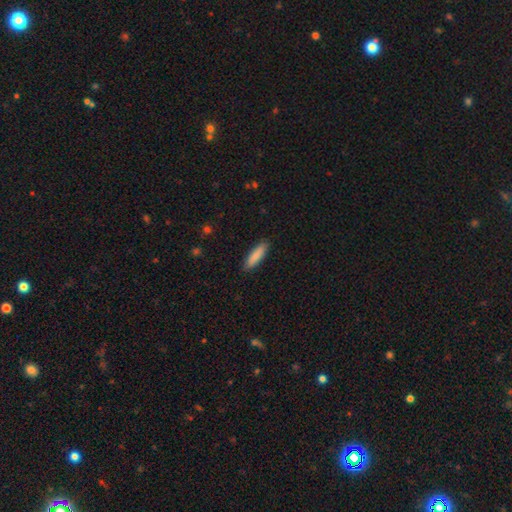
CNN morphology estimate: smooth_or_featured: smooth (p=0.87) [alt: featured or disk p=0.07]
how_rounded: cigar-shaped (p=0.66) [alt: in between p=0.33]
merging: none (p=0.89) [alt: minor disturbance p=0.08]